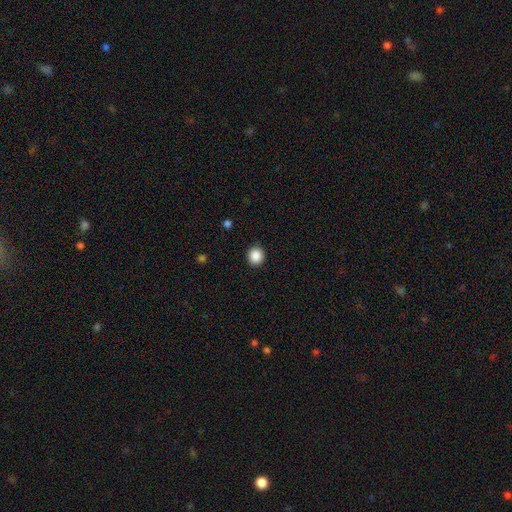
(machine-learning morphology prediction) This appears to be a smooth galaxy with no disk features (88%) that is round (90%). Merging: none (92%).